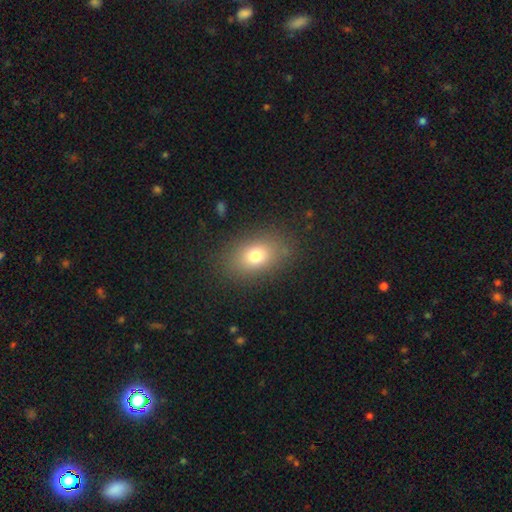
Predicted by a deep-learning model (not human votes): Q: Smooth or featured?
A: smooth (75%); runner-up: star or artifact (13%)
Q: How rounded?
A: in between (75%); runner-up: round (24%)
Q: Merging?
A: none (84%); runner-up: minor disturbance (10%)